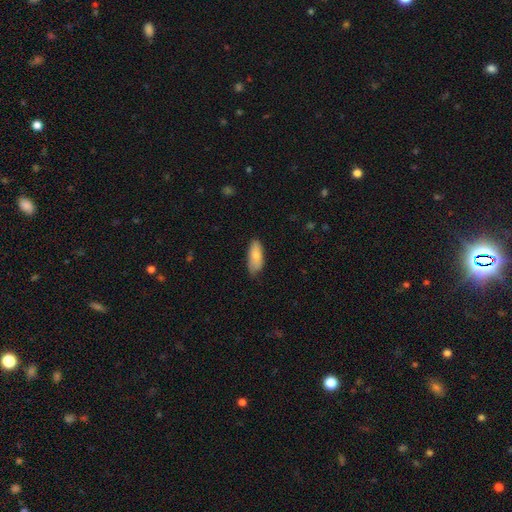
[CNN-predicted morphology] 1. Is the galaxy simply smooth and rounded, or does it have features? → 82% smooth, 12% featured or disk, 6% star or artifact.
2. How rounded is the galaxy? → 79% in between, 19% cigar-shaped, 2% round.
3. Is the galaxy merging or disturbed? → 69% none, 26% minor disturbance, 4% major disturbance, 1% merger.